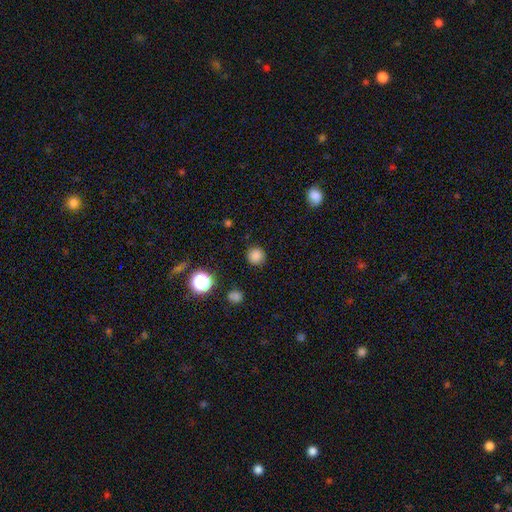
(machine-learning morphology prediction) type=smooth (82%); roundness=round (93%); merging=none (89%).